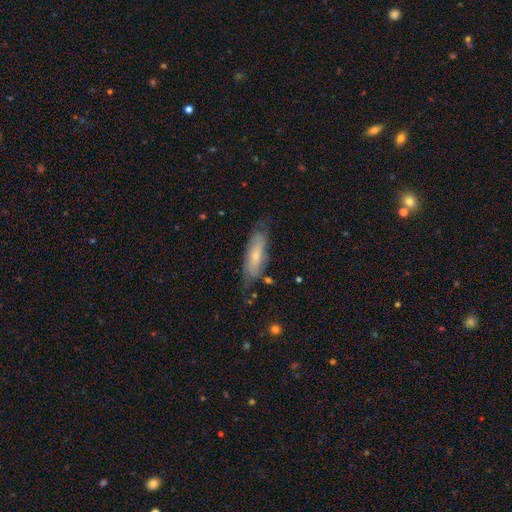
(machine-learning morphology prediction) type=smooth (53%); roundness=in between (54%); merging=none (65%).